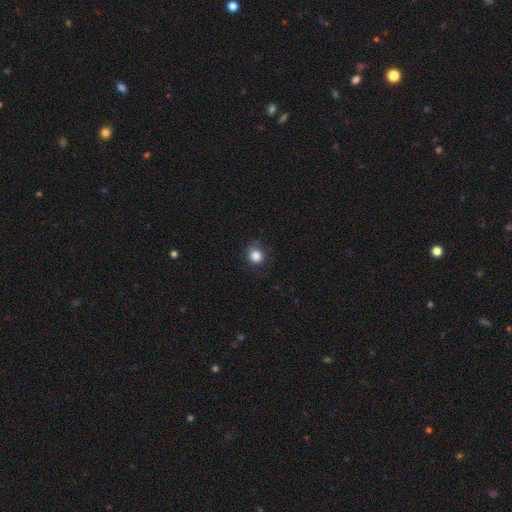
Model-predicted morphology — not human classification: A smooth galaxy with no disk features (85%) that is round (87%).

Vote fractions:
- Smooth or featured? smooth: 85% / star or artifact: 11% / featured or disk: 4%
- How rounded? round: 87% / in between: 12% / cigar-shaped: 1%
- Merging? none: 82% / minor disturbance: 14% / major disturbance: 4% / merger: 1%